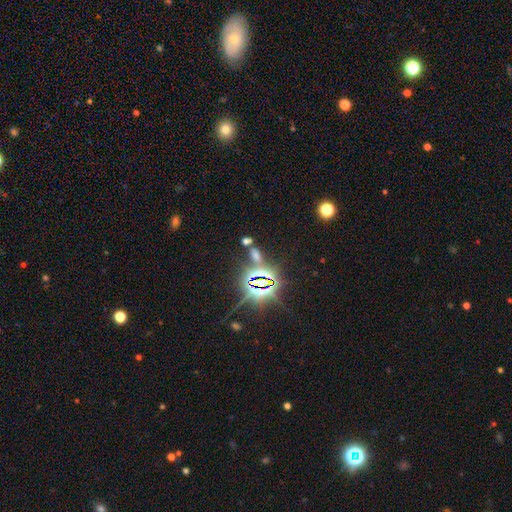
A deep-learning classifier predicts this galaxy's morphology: A star or artifact, not a galaxy (65%).

Vote fractions:
- Smooth or featured? star or artifact: 65% / smooth: 24% / featured or disk: 11%